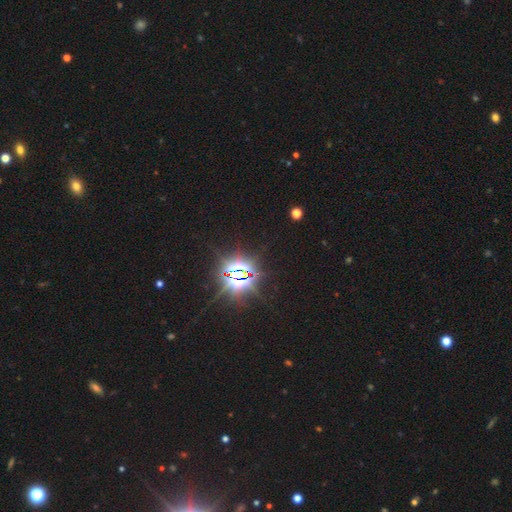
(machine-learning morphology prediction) Q: Smooth or featured?
A: star or artifact (87%); runner-up: smooth (7%)